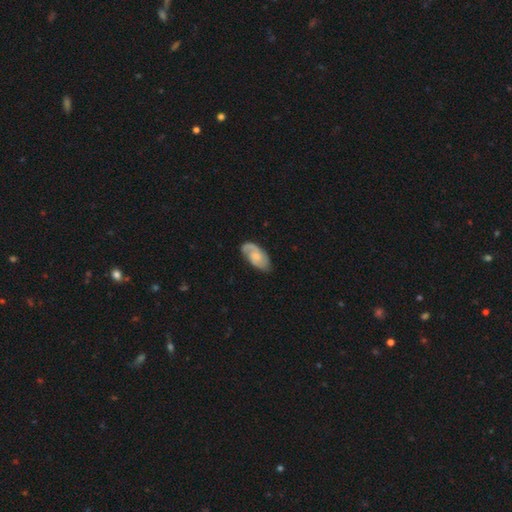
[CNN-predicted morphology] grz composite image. It shows a featured or disk galaxy (71%) with no bar (65%), 2 (73%) medium (45%) spiral arms (94%) and a small central bulge (42%). Merging: none (75%).